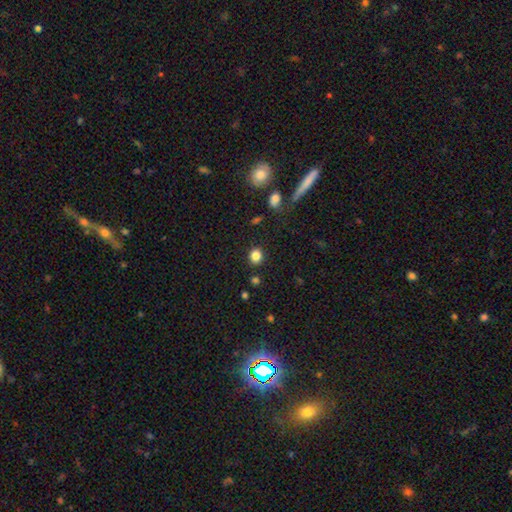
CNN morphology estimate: Smooth or featured? smooth (83%)
How rounded? round (76%)
Merging? none (88%)